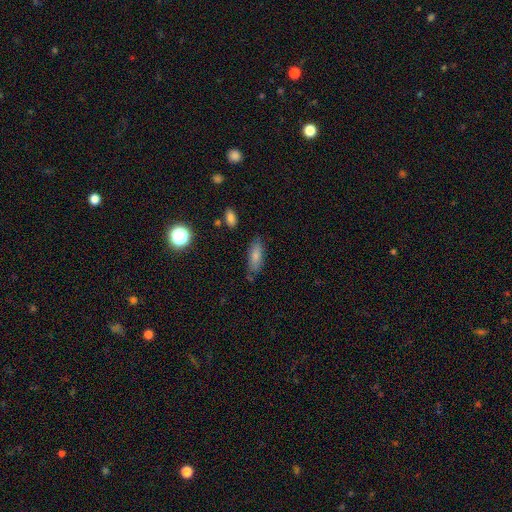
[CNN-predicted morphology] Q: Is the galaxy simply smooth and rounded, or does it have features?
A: smooth — 80%.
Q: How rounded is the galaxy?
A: in between — 72%.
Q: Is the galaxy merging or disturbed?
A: none — 72%.